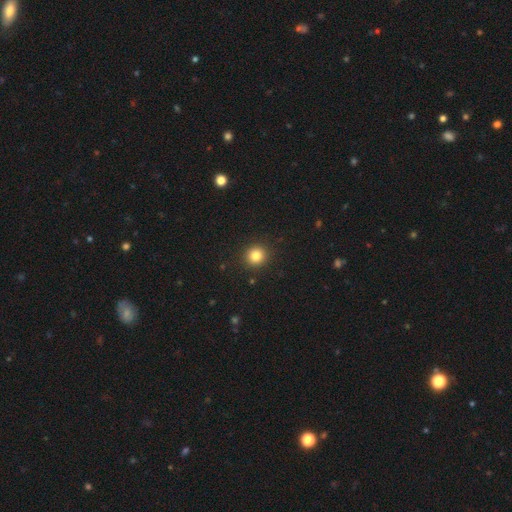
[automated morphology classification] Smooth or featured?
  - smooth: 83% *
  - star or artifact: 12%
  - featured or disk: 5%
How rounded?
  - round: 92% *
  - in between: 7%
  - cigar-shaped: 1%
Merging?
  - none: 92% *
  - minor disturbance: 5%
  - major disturbance: 2%
  - merger: 1%